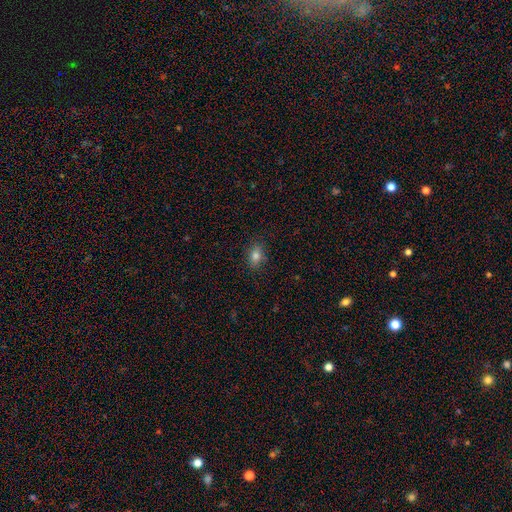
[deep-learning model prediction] The model was most divided on "how rounded": in between: 75%, round: 22%, cigar-shaped: 3%. More confident: merging — none (85%); smooth or featured — smooth (81%).